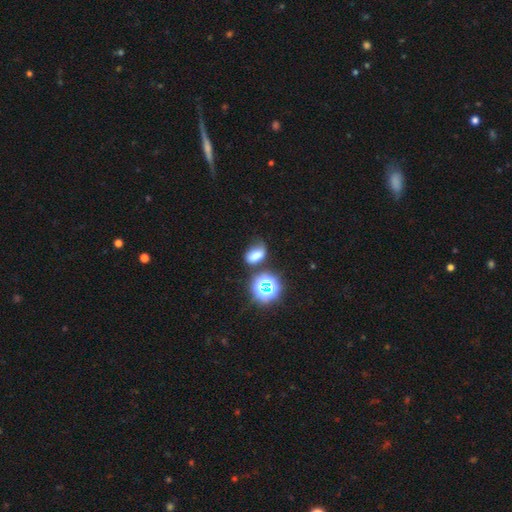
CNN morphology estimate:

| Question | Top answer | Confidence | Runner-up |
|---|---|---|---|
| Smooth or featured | smooth | 66% | star or artifact (23%) |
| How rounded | in between | 78% | round (20%) |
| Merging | none | 53% | minor disturbance (26%) |